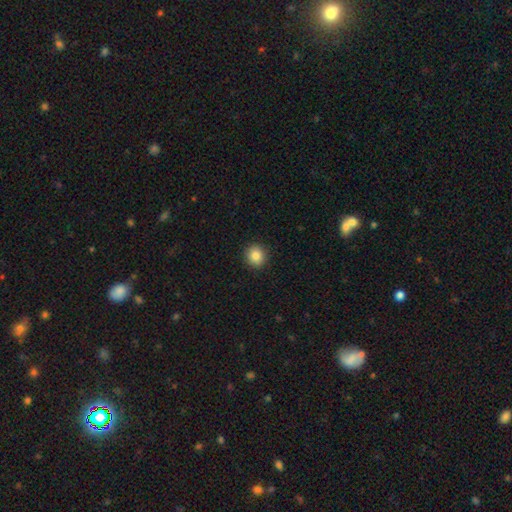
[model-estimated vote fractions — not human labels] This is clearly a smooth galaxy (86%). How rounded: clearly round (88%). Merging: clearly none (92%).